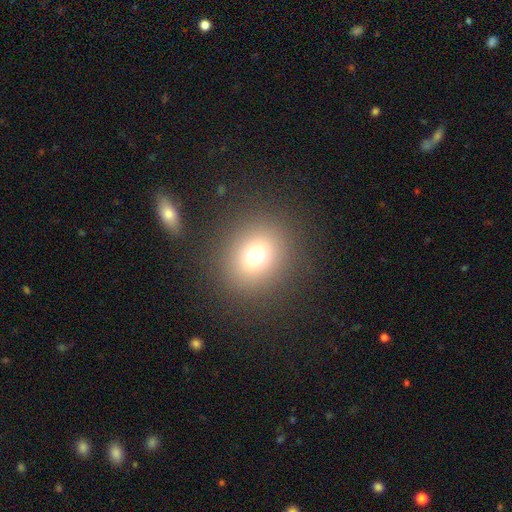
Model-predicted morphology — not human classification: Smooth or featured?
  - smooth: 72% *
  - star or artifact: 17%
  - featured or disk: 10%
How rounded?
  - round: 79% *
  - in between: 20%
  - cigar-shaped: 1%
Merging?
  - none: 88% *
  - minor disturbance: 6%
  - major disturbance: 4%
  - merger: 2%